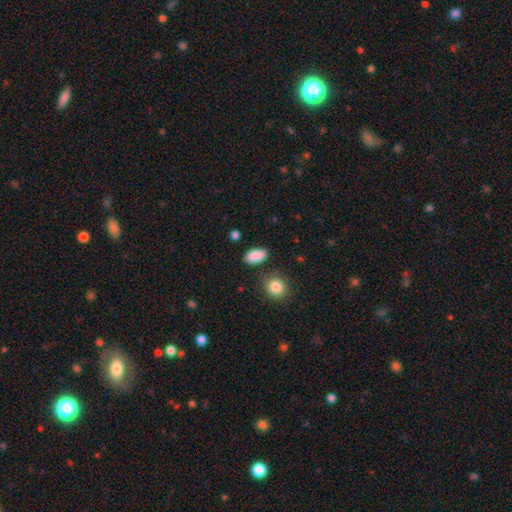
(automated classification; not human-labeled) Morphology: type=smooth (88%); roundness=in between (91%); merging=none (77%).